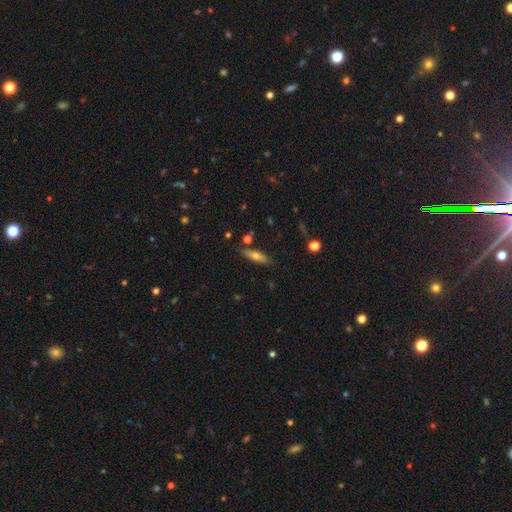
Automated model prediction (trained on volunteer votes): Smooth or featured? smooth (60%)
How rounded? cigar-shaped (62%)
Merging? none (82%)